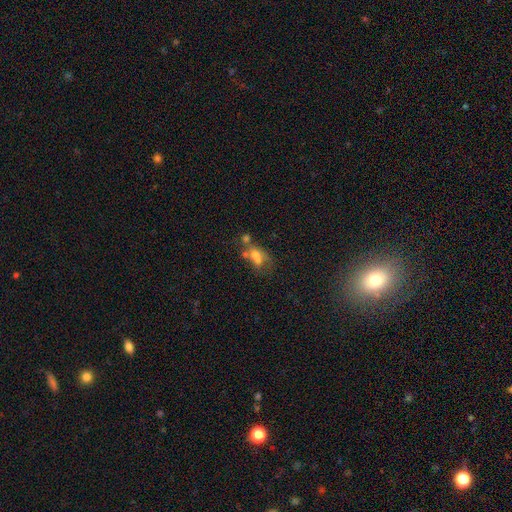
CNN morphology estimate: The model was most divided on "merging": merger: 44%, none: 24%, major disturbance: 18%, minor disturbance: 14%. More confident: how rounded — in between (69%); smooth or featured — smooth (54%).